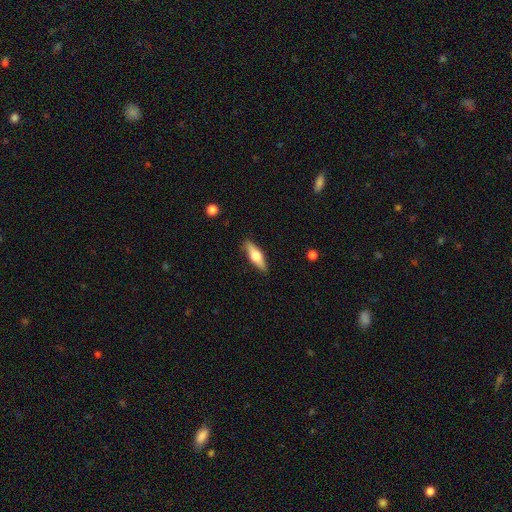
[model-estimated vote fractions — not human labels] smooth-or-featured: featured or disk: 49% | smooth: 45% | star or artifact: 6%
  merging: none: 87% | minor disturbance: 9% | major disturbance: 2% | merger: 1%